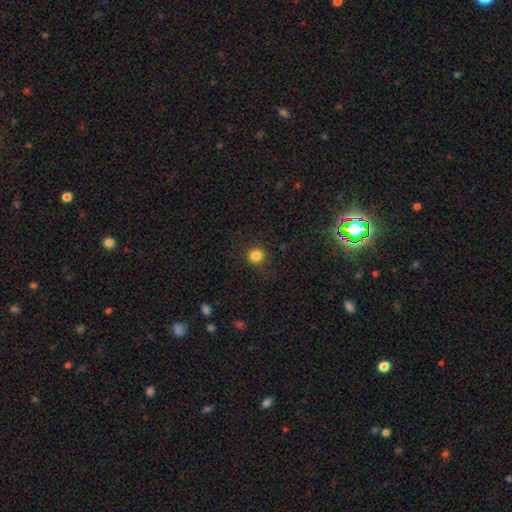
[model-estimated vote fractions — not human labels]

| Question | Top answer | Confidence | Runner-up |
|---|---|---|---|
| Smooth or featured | smooth | 84% | star or artifact (12%) |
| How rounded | round | 91% | in between (8%) |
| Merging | none | 88% | minor disturbance (8%) |